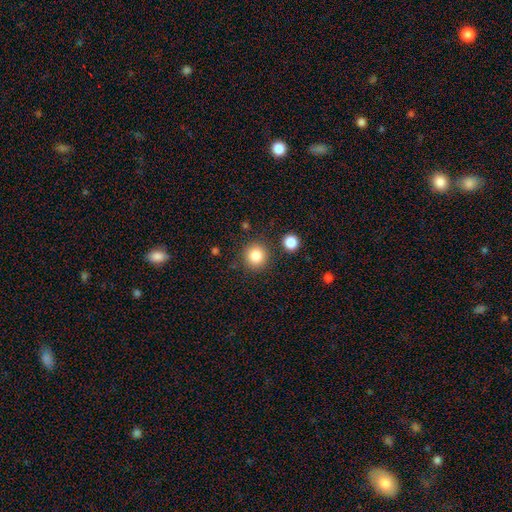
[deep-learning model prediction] Smooth or featured? smooth (85%)
How rounded? round (93%)
Merging? none (87%)